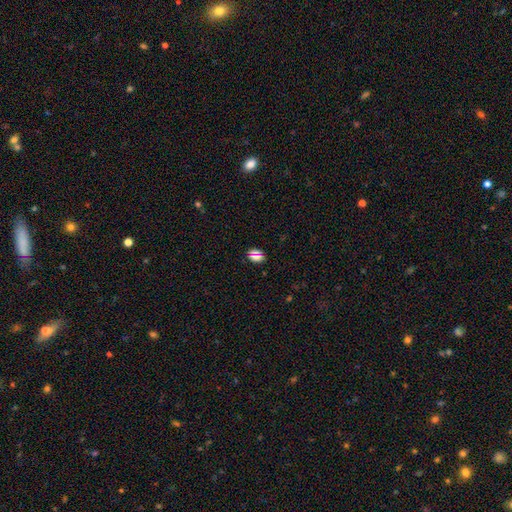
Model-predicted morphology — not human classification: smooth-or-featured: smooth: 59% | star or artifact: 32% | featured or disk: 9%
  how-rounded: in between: 65% | round: 30% | cigar-shaped: 4%
  merging: none: 84% | minor disturbance: 10% | major disturbance: 4% | merger: 3%